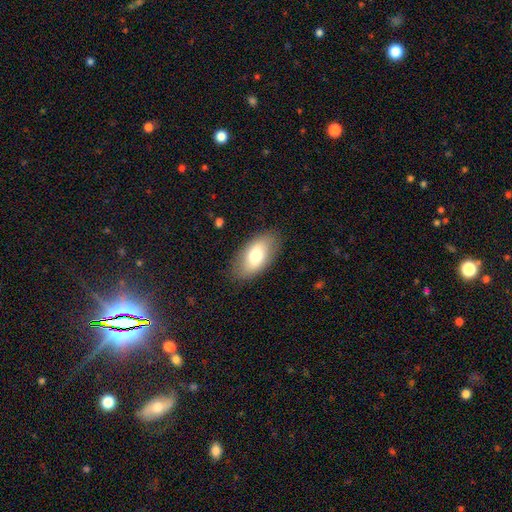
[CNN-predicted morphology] Smooth or featured?
  - smooth: 71% *
  - featured or disk: 22%
  - star or artifact: 6%
How rounded?
  - in between: 93% *
  - round: 4%
  - cigar-shaped: 3%
Merging?
  - none: 84% *
  - minor disturbance: 12%
  - major disturbance: 3%
  - merger: 1%